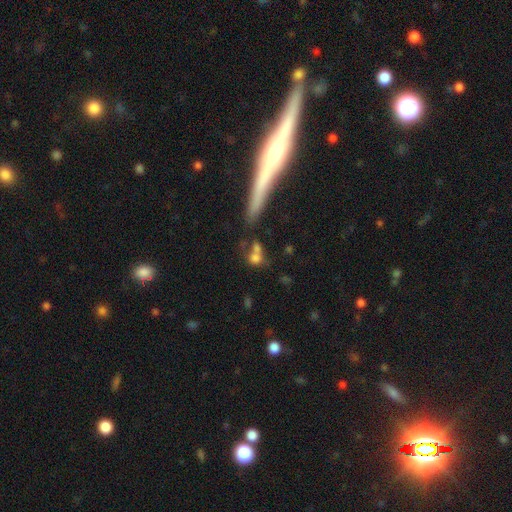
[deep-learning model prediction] Smooth or featured?
  - smooth: 71% *
  - featured or disk: 16%
  - star or artifact: 14%
How rounded?
  - round: 51% *
  - in between: 39%
  - cigar-shaped: 9%
Merging?
  - merger: 42% *
  - none: 38%
  - minor disturbance: 12%
  - major disturbance: 8%